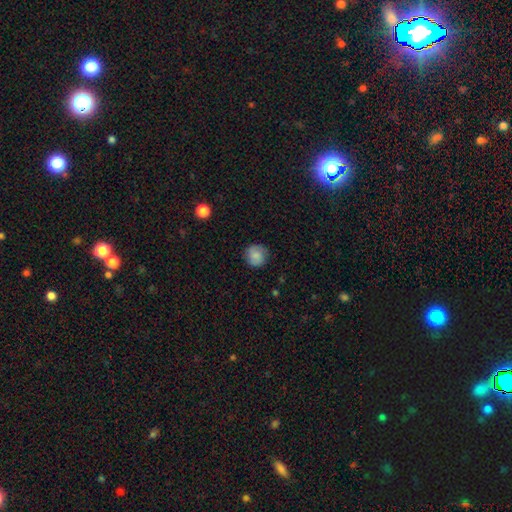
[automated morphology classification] Smooth or featured? smooth (77%)
How rounded? round (91%)
Merging? none (85%)